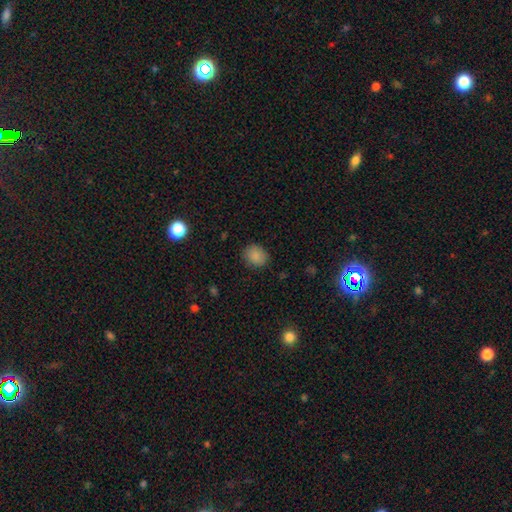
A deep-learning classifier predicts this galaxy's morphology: Smooth or featured? smooth (86%)
How rounded? round (68%)
Merging? none (85%)